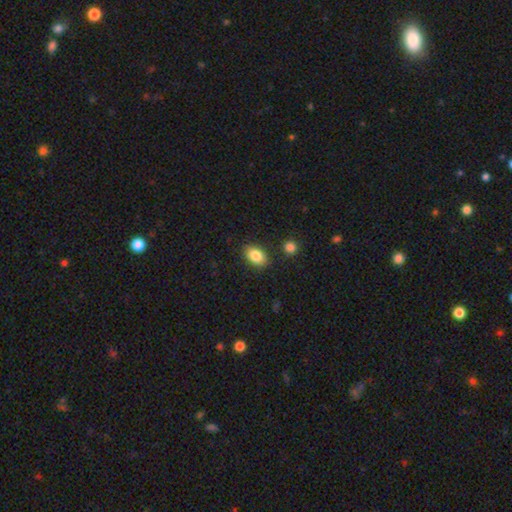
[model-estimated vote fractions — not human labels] Q: Smooth or featured?
A: smooth (85%); runner-up: star or artifact (8%)
Q: How rounded?
A: in between (86%); runner-up: round (13%)
Q: Merging?
A: none (84%); runner-up: minor disturbance (10%)